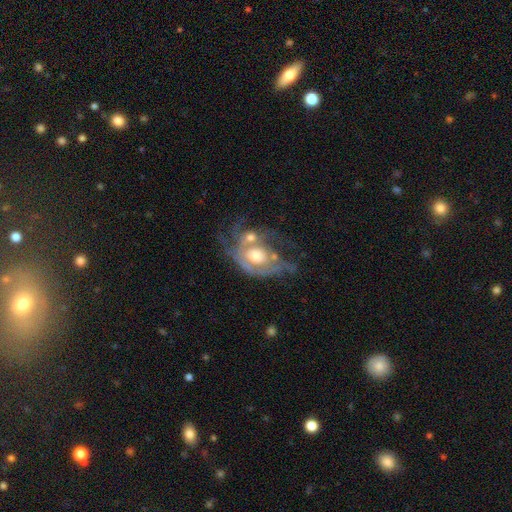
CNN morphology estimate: This appears to be a featured or disk galaxy (73%) with no bar (79%), spiral arms (68%) and a moderate central bulge (61%). Merging: merger (40%).